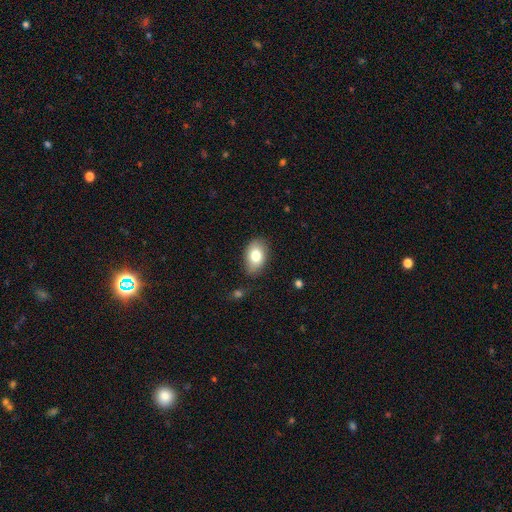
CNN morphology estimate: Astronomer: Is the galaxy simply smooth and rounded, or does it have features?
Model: smooth — 78%.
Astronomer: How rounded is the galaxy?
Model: in between — 86%.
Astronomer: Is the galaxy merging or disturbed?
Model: none — 80%.